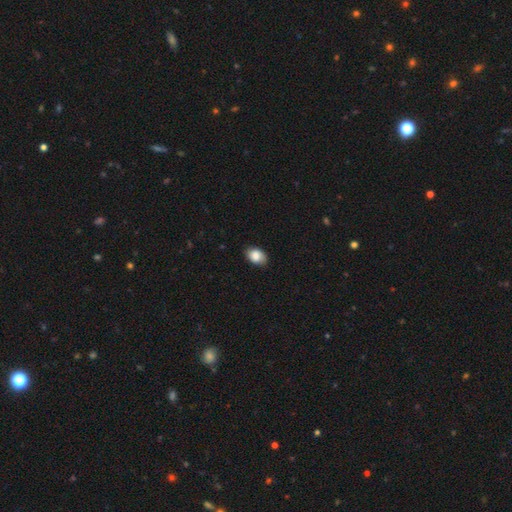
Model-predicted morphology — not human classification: smooth-or-featured: smooth: 86% | star or artifact: 7% | featured or disk: 7%
  how-rounded: in between: 84% | round: 15% | cigar-shaped: 1%
  merging: none: 82% | minor disturbance: 15% | major disturbance: 2% | merger: 1%